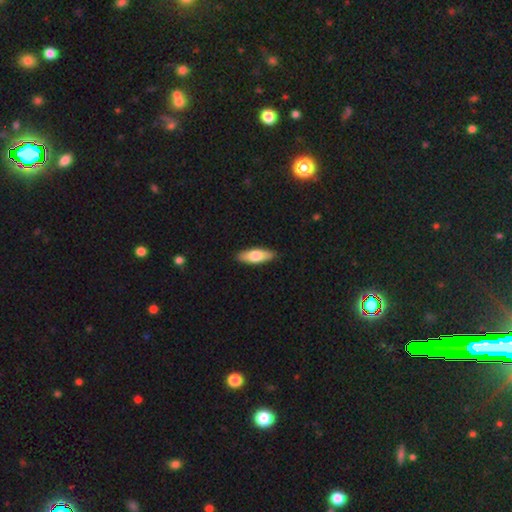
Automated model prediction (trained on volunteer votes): The model was most divided on "how rounded": in between: 61%, cigar-shaped: 37%, round: 2%. More confident: merging — none (89%); smooth or featured — smooth (69%).